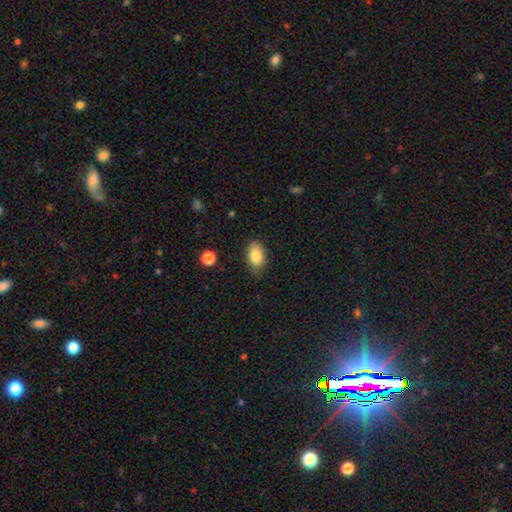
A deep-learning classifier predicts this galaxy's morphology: Smooth or featured?
  - smooth: 84% *
  - featured or disk: 9%
  - star or artifact: 8%
How rounded?
  - in between: 90% *
  - round: 7%
  - cigar-shaped: 2%
Merging?
  - none: 80% *
  - minor disturbance: 15%
  - major disturbance: 3%
  - merger: 1%